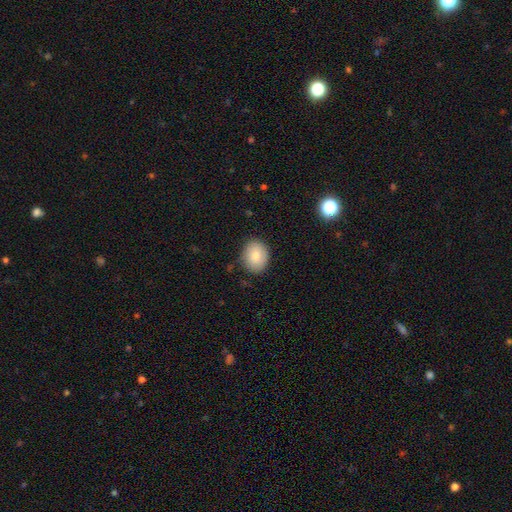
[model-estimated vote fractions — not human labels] Smooth or featured? smooth (82%)
How rounded? in between (51%)
Merging? none (82%)